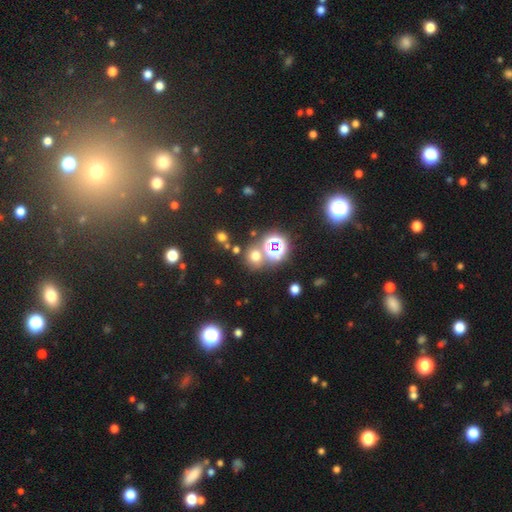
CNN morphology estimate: smooth 54%, star or artifact 38%, featured or disk 9%. Down the decision tree: how rounded — round (84%); merging — none (71%).